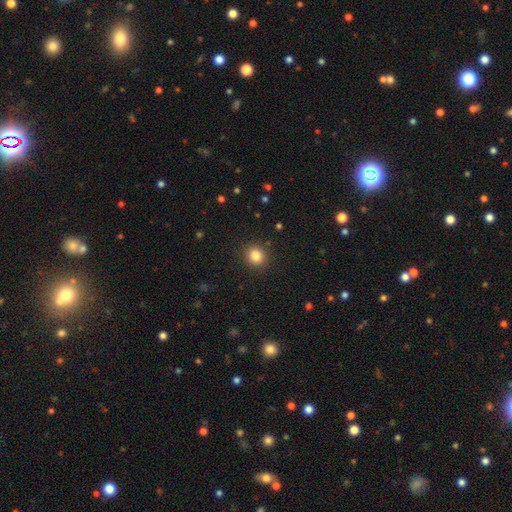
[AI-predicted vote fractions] A smooth galaxy with no disk features (83%) that is round (88%). Merging: none (91%).